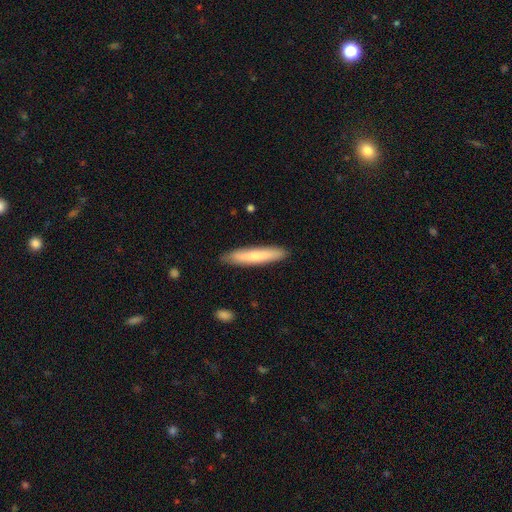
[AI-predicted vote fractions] Smooth or featured? smooth (69%)
How rounded? cigar-shaped (90%)
Merging? none (88%)